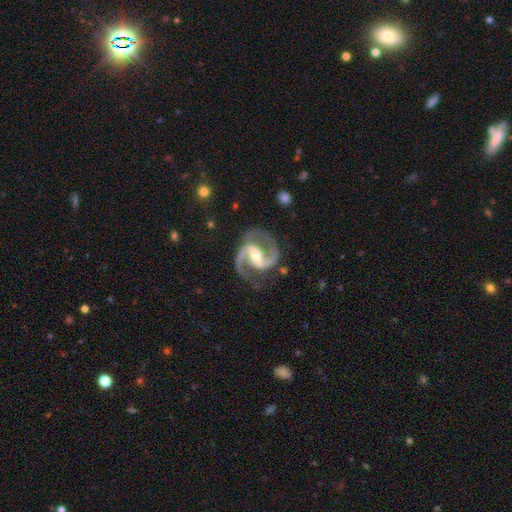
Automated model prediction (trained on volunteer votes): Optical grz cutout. It shows a featured or disk galaxy (94%) with a strong bar (41%), 2 (94%) medium (68%) spiral arms (99%) and a moderate central bulge (61%). Merging: none (80%).